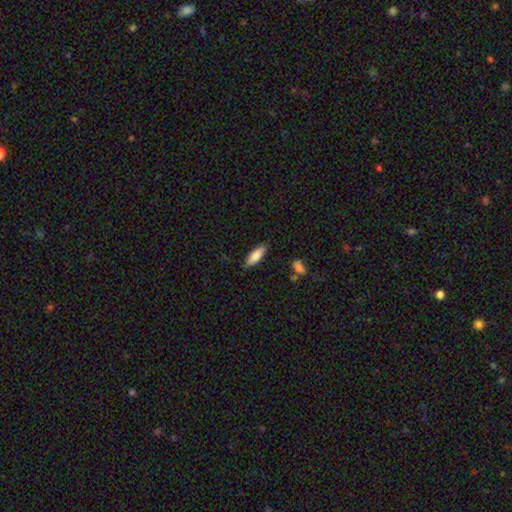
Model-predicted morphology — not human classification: This appears to be a smooth galaxy with no disk features (80%) that is in between round and cigar-shaped (57%). Merging: none (83%).